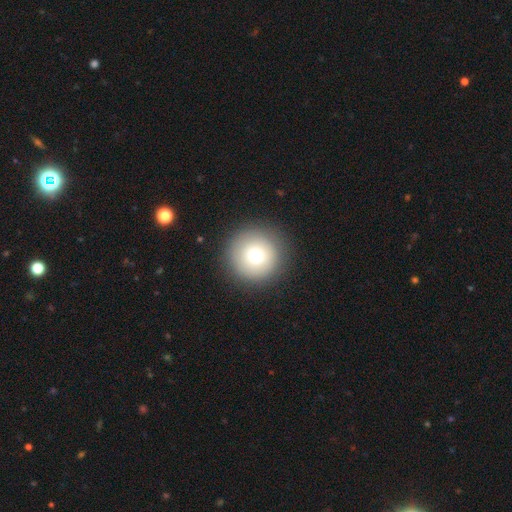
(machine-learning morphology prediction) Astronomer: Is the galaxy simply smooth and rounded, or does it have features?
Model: smooth — 73%.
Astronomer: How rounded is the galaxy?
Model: round — 97%.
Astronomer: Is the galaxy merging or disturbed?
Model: none — 90%.